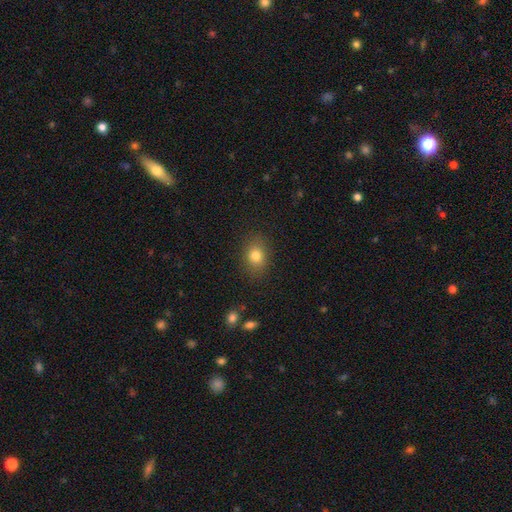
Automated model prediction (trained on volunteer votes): smooth 80%, star or artifact 11%, featured or disk 9%. Down the decision tree: how rounded — in between (59%); merging — none (84%).